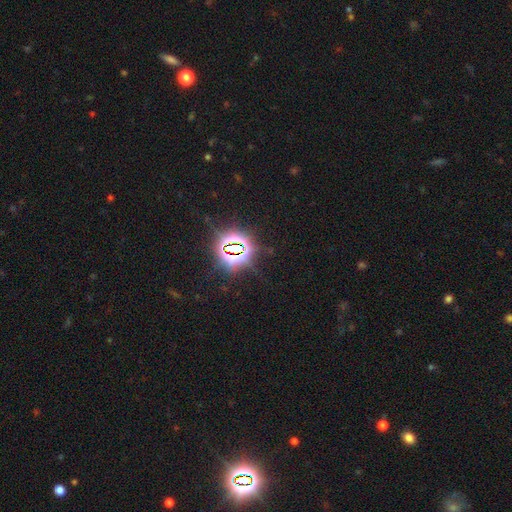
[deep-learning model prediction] Q: Smooth or featured?
A: star or artifact (85%); runner-up: smooth (9%)